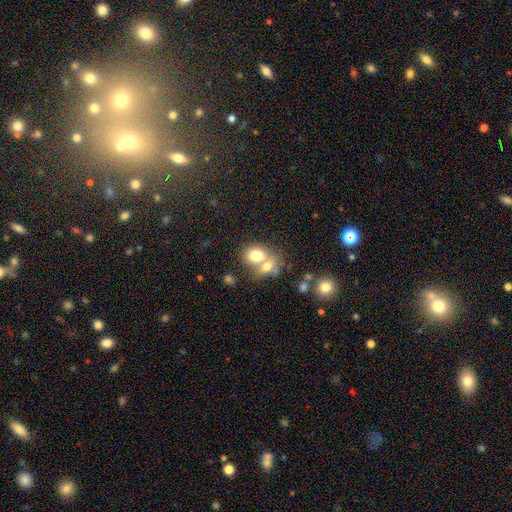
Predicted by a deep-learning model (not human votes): This appears to be a smooth galaxy with no disk features (74%) that is in between round and cigar-shaped (64%). Merging: merger (62%).